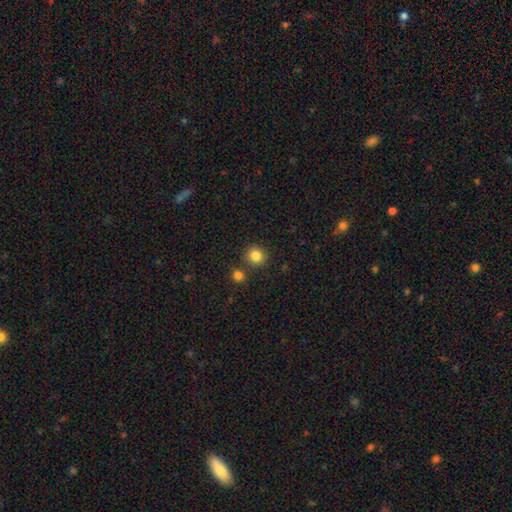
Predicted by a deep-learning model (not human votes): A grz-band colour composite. It shows a smooth galaxy with no disk features (84%) that is round (89%). Merging: none (82%).